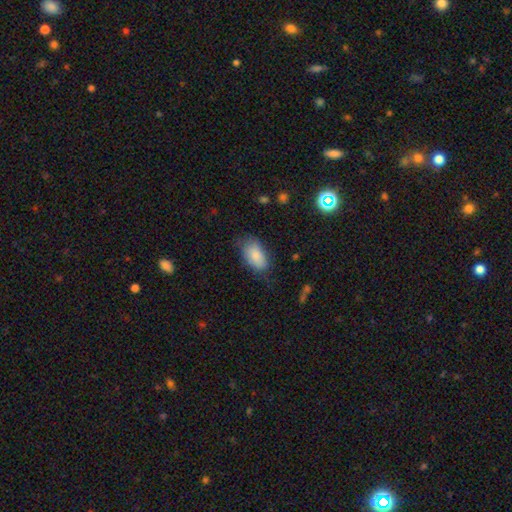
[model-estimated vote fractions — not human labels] smooth 84%, featured or disk 9%, star or artifact 7%. Down the decision tree: how rounded — in between (93%); merging — none (67%).